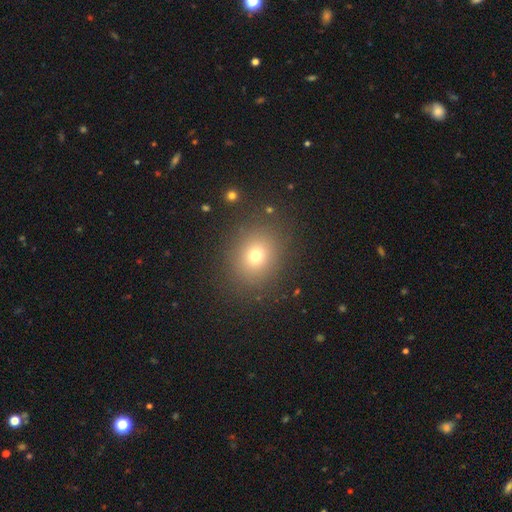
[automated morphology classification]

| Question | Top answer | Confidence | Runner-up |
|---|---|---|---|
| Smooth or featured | smooth | 71% | star or artifact (18%) |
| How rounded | round | 69% | in between (31%) |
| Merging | none | 86% | minor disturbance (8%) |